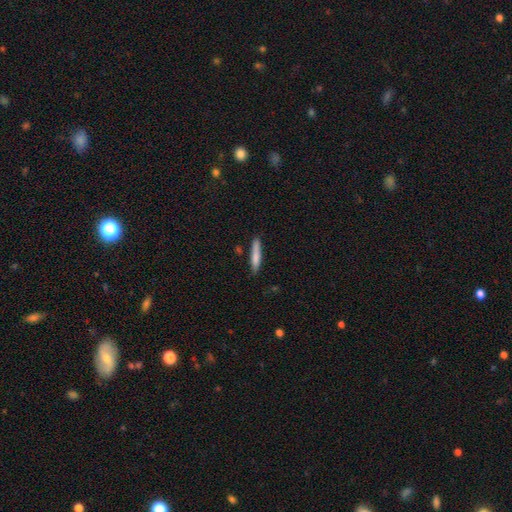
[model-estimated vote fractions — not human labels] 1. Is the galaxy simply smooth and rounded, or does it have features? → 78% smooth, 16% featured or disk, 6% star or artifact.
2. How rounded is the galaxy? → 92% cigar-shaped, 7% in between, 1% round.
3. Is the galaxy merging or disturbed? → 82% none, 13% minor disturbance, 3% merger, 2% major disturbance.